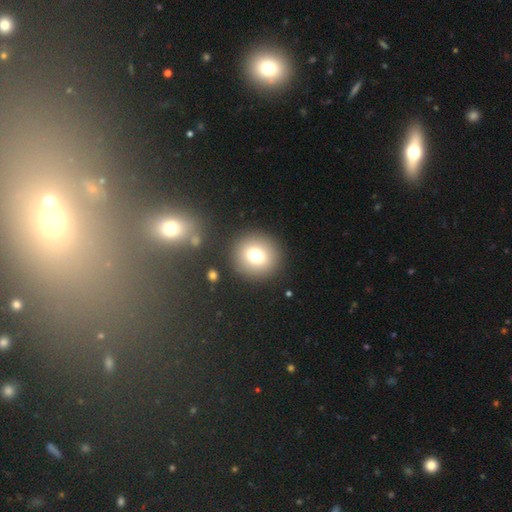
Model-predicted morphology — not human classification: The model was most divided on "smooth or featured": smooth: 73%, star or artifact: 14%, featured or disk: 13%. More confident: how rounded — round (90%); merging — none (88%).